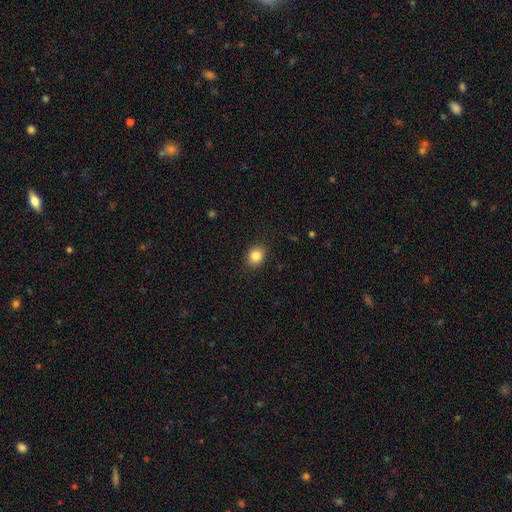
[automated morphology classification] Q: Smooth or featured?
A: smooth (85%); runner-up: star or artifact (10%)
Q: How rounded?
A: round (62%); runner-up: in between (37%)
Q: Merging?
A: none (89%); runner-up: minor disturbance (8%)